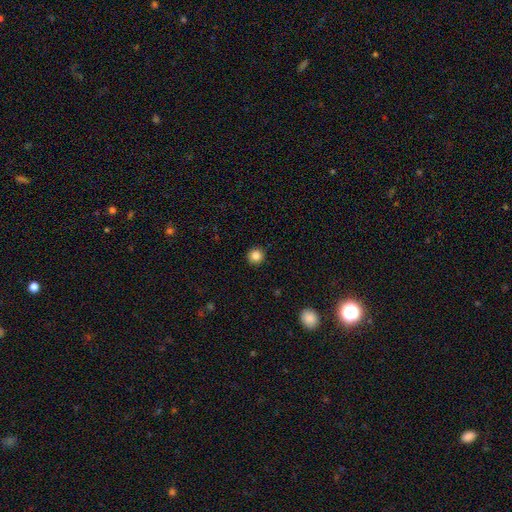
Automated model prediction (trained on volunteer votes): smooth_or_featured: smooth (p=0.85) [alt: star or artifact p=0.11]
how_rounded: round (p=0.94) [alt: in between p=0.05]
merging: none (p=0.92) [alt: minor disturbance p=0.05]